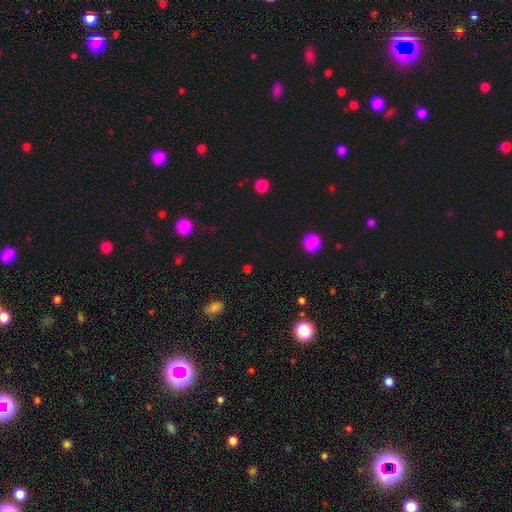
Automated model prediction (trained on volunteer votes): smooth 54%, star or artifact 39%, featured or disk 7%. Down the decision tree: how rounded — round (78%); merging — none (83%).